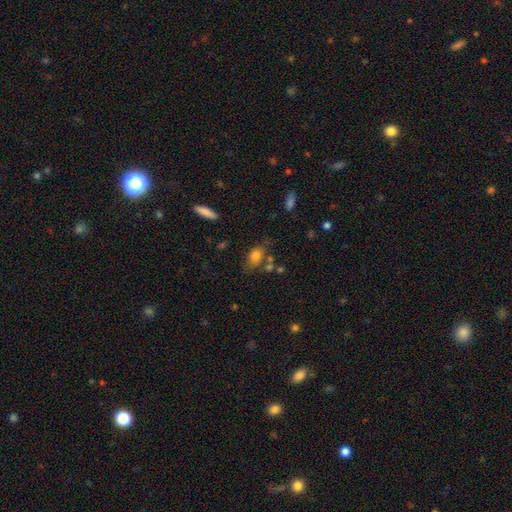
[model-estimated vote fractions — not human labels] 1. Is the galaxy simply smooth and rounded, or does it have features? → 77% smooth, 13% featured or disk, 10% star or artifact.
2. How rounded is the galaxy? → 76% in between, 20% round, 4% cigar-shaped.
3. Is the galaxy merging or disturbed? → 56% none, 23% minor disturbance, 11% merger, 9% major disturbance.